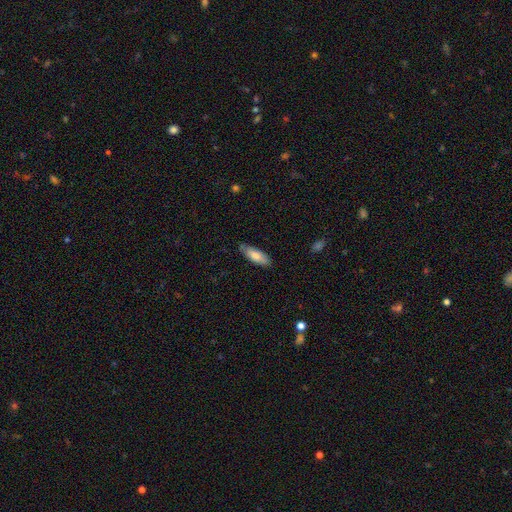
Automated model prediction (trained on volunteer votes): smooth_or_featured: smooth (p=0.78) [alt: featured or disk p=0.16]
how_rounded: in between (p=0.63) [alt: cigar-shaped p=0.35]
merging: none (p=0.79) [alt: minor disturbance p=0.17]